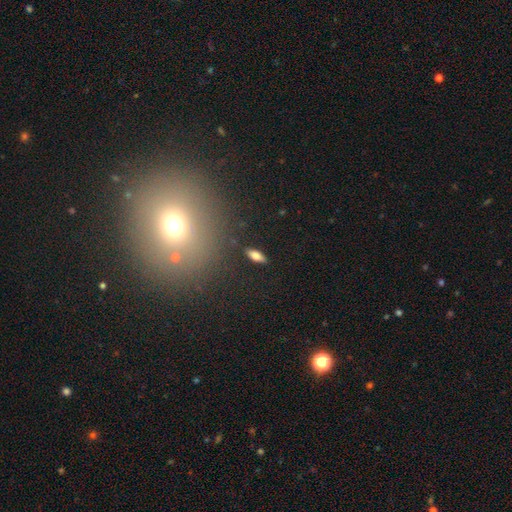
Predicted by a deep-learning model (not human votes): Smooth or featured: smooth — 73% (featured or disk — 18%)
How rounded: in between — 70% (cigar-shaped — 26%)
Merging: none — 87% (minor disturbance — 9%)